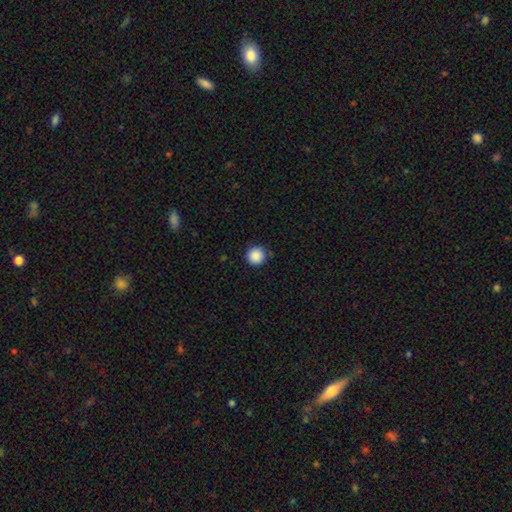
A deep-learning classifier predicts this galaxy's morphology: The model was most divided on "smooth or featured": smooth: 88%, star or artifact: 9%, featured or disk: 3%. More confident: how rounded — round (96%); merging — none (89%).